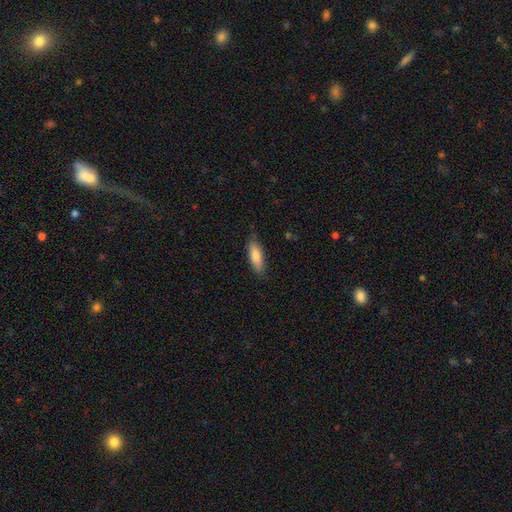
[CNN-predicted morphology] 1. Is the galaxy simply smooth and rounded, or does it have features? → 81% smooth, 13% featured or disk, 6% star or artifact.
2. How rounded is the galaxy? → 56% in between, 43% cigar-shaped, 2% round.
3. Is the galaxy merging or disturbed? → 83% none, 13% minor disturbance, 2% major disturbance, 1% merger.